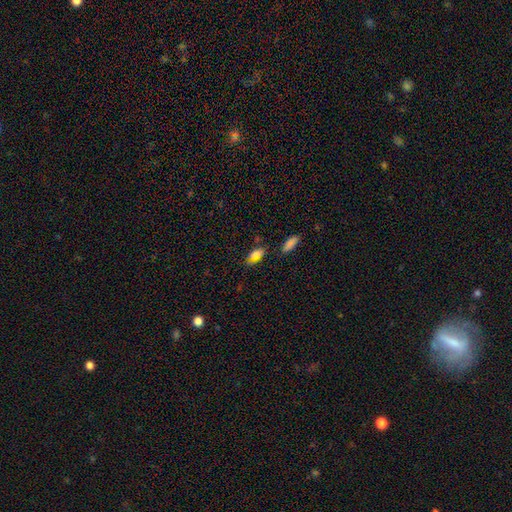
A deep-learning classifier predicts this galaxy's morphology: smooth 78%, featured or disk 12%, star or artifact 10%. Down the decision tree: how rounded — in between (89%); merging — none (73%).